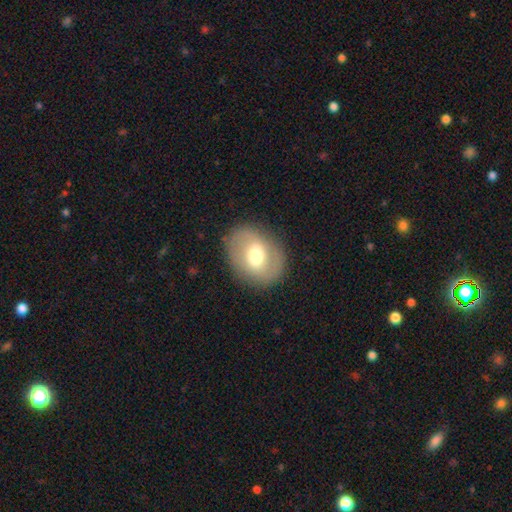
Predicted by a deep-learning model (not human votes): Q: Smooth or featured?
A: smooth (48%); runner-up: featured or disk (44%)
Q: Merging?
A: none (85%); runner-up: minor disturbance (10%)